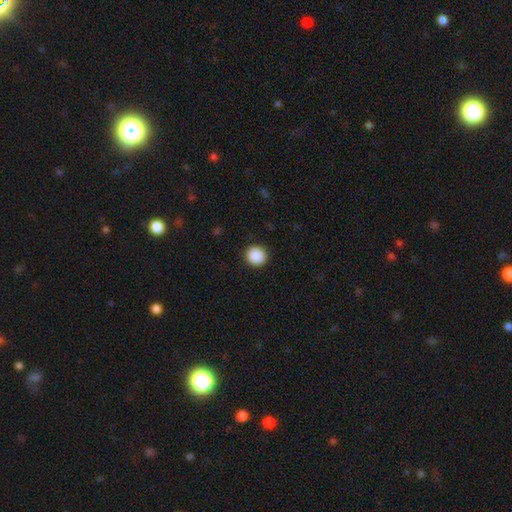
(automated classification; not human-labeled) smooth_or_featured: smooth (p=0.89) [alt: star or artifact p=0.09]
how_rounded: round (p=0.92) [alt: in between p=0.07]
merging: none (p=0.91) [alt: minor disturbance p=0.06]